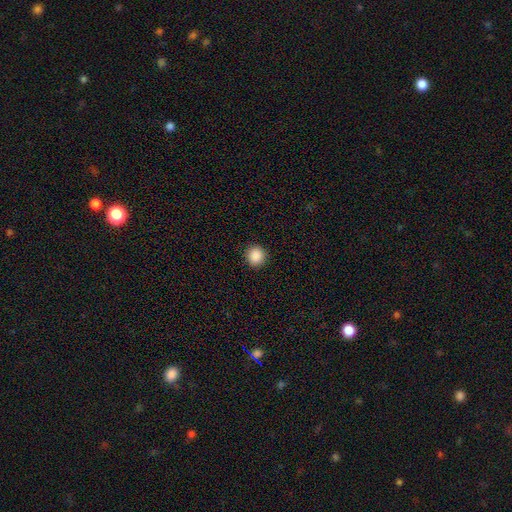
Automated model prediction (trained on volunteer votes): Smooth or featured? Predicted: smooth (p=0.88). How rounded? Predicted: round (p=0.90). Merging? Predicted: none (p=0.92).